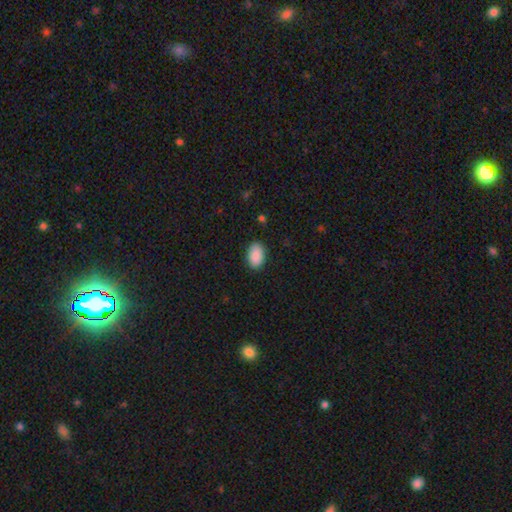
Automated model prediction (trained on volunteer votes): The model was most divided on "merging": none: 88%, minor disturbance: 9%, major disturbance: 2%, merger: 1%. More confident: how rounded — in between (91%); smooth or featured — smooth (90%).